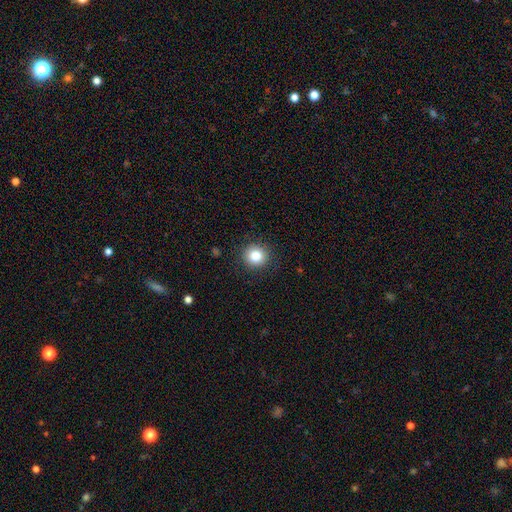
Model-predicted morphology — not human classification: Smooth or featured? Predicted: smooth (p=0.85). How rounded? Predicted: round (p=0.90). Merging? Predicted: none (p=0.90).